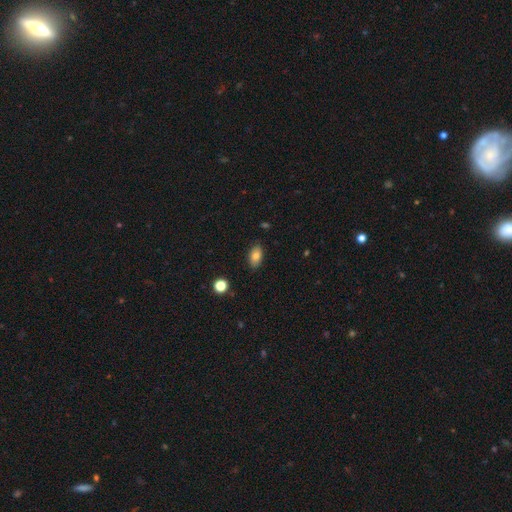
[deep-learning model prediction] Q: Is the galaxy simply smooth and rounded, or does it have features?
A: smooth — 82%.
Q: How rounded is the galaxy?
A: in between — 90%.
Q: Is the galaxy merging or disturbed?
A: none — 85%.